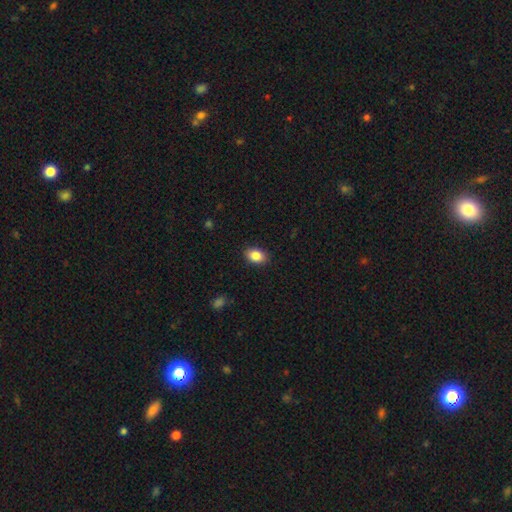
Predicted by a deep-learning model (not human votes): A smooth galaxy with no disk features (87%) that is in between round and cigar-shaped (83%).

Vote fractions:
- Smooth or featured? smooth: 87% / star or artifact: 8% / featured or disk: 5%
- How rounded? in between: 83% / round: 15% / cigar-shaped: 1%
- Merging? none: 88% / minor disturbance: 9% / major disturbance: 2% / merger: 1%